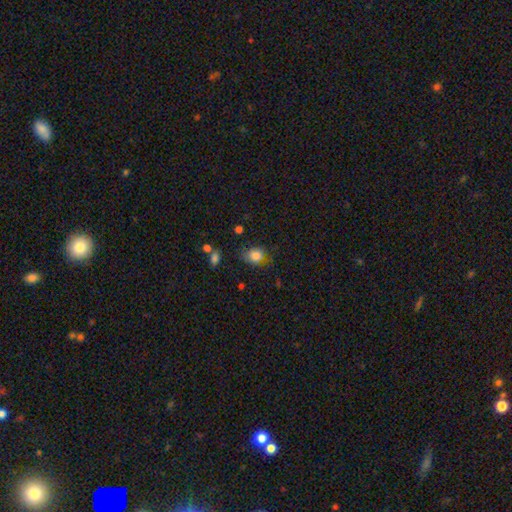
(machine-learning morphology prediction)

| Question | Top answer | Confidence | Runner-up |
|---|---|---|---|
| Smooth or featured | smooth | 82% | star or artifact (10%) |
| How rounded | in between | 50% | round (49%) |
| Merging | none | 66% | minor disturbance (24%) |